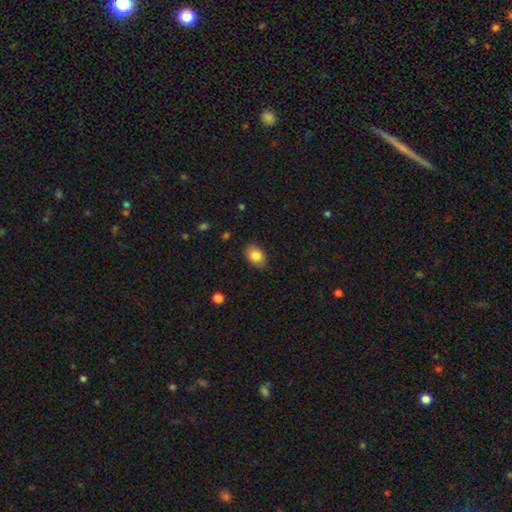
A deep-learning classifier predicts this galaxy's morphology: type=smooth (83%); roundness=in between (78%); merging=none (84%).